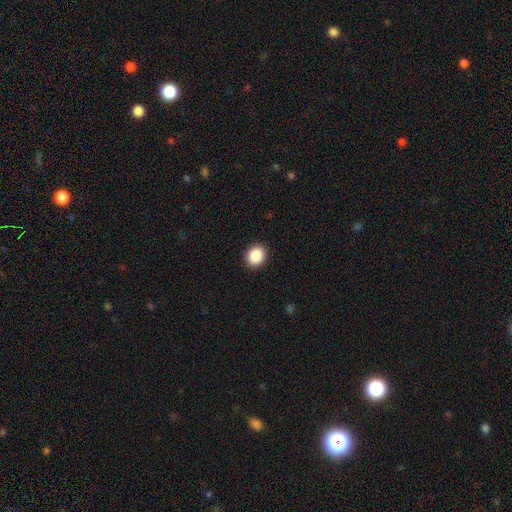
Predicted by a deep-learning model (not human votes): Smooth or featured? smooth (89%)
How rounded? round (66%)
Merging? none (91%)